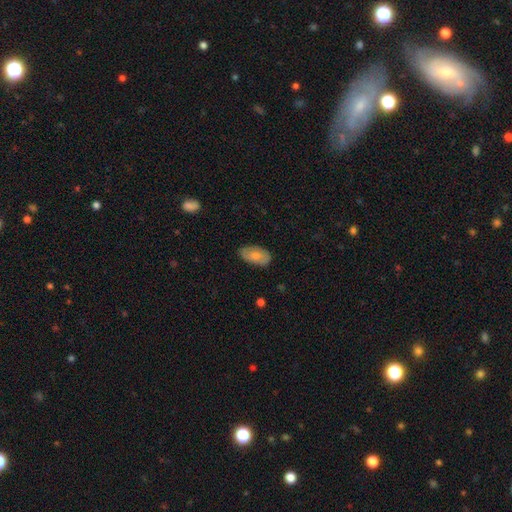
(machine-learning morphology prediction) A smooth galaxy with no disk features (74%) that is in between round and cigar-shaped (94%). Merging: none (80%).